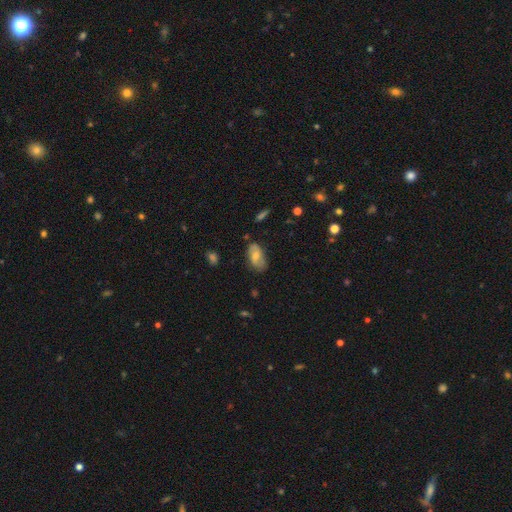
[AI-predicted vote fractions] This is possibly a smooth galaxy (54%). How rounded: clearly in between (91%). Merging: likely none (72%).